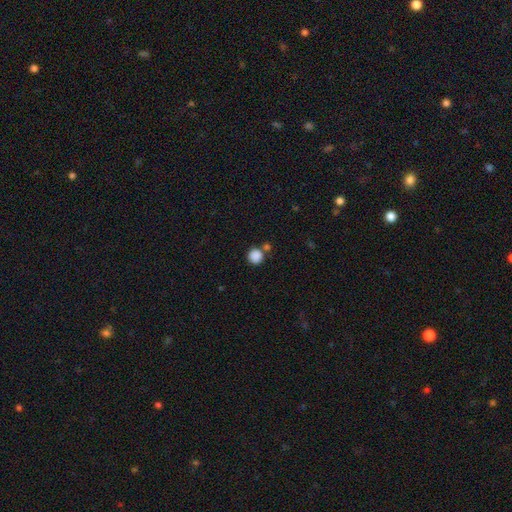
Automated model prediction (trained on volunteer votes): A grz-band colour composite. It shows a smooth galaxy with no disk features (87%) that is round (92%). Merging: none (69%).